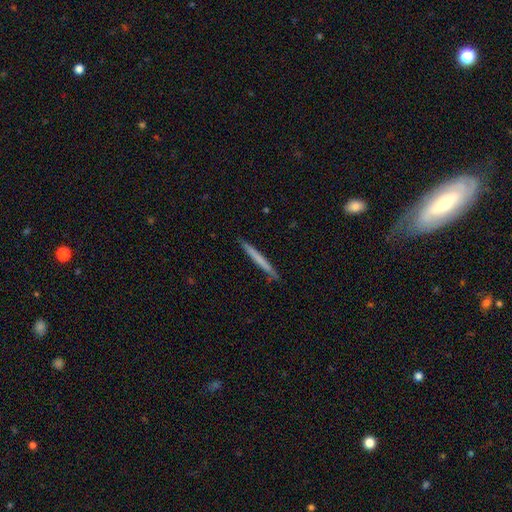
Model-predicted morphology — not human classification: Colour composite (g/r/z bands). It shows a smooth galaxy with no disk features (57%) that is cigar-shaped (97%). Merging: none (90%).